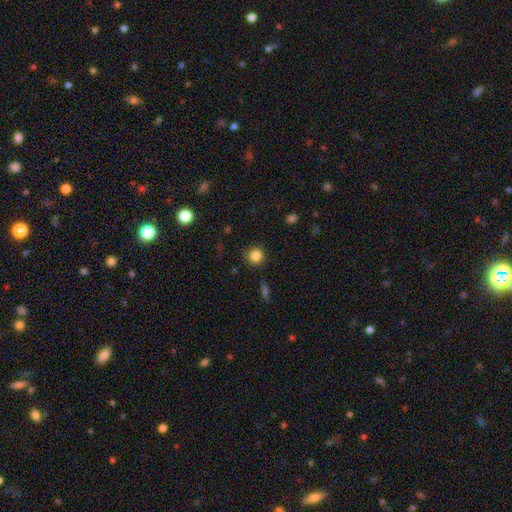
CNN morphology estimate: type=smooth (84%); roundness=round (91%); merging=none (87%).